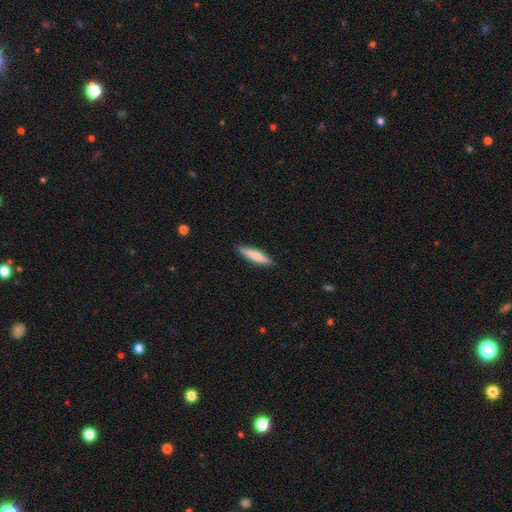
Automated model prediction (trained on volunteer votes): Smooth or featured?
  - smooth: 75% *
  - featured or disk: 19%
  - star or artifact: 5%
How rounded?
  - cigar-shaped: 83% *
  - in between: 16%
  - round: 1%
Merging?
  - none: 89% *
  - minor disturbance: 9%
  - major disturbance: 2%
  - merger: 1%